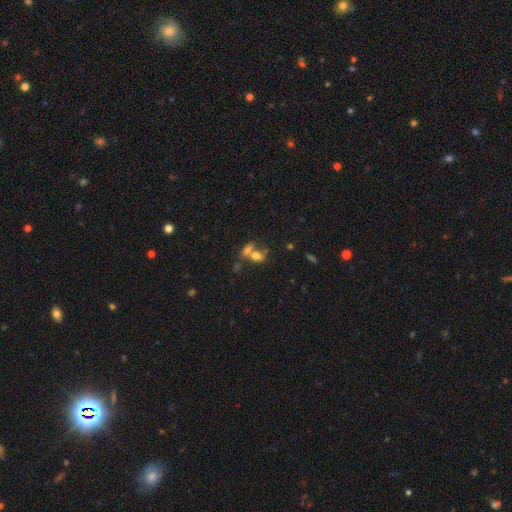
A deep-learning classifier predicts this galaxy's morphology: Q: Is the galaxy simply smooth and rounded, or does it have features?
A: smooth — 65%.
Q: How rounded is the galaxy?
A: in between — 73%.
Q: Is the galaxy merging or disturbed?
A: merger — 61%.